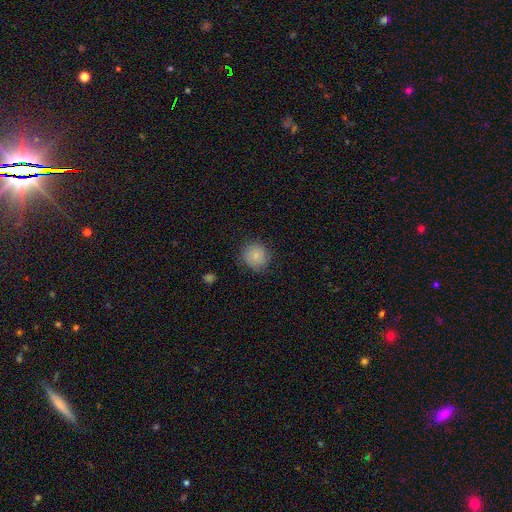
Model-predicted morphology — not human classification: Smooth or featured: smooth — 83% (featured or disk — 9%)
How rounded: round — 90% (in between — 9%)
Merging: none — 82% (minor disturbance — 13%)